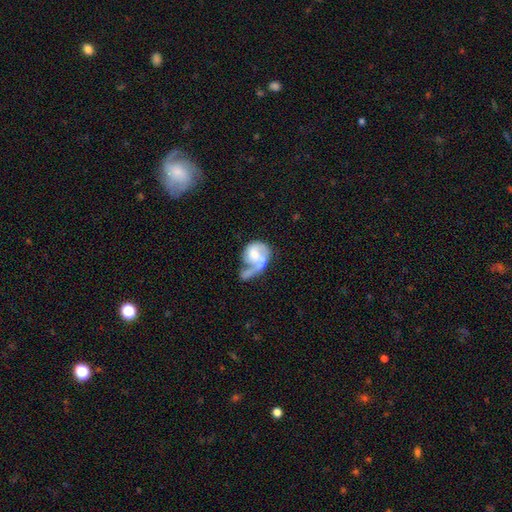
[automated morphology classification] The model was most divided on "bulge size": moderate: 42%, small: 31%, none: 15%, large: 10%, dominant: 2%. Remaining: edge-on disk — no (98%); spiral arms — yes (78%); smooth or featured — featured or disk (65%); bar — no (58%); merging — major disturbance (43%).